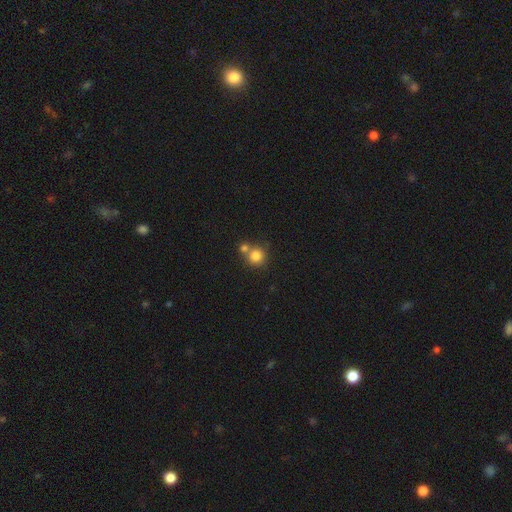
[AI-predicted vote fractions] The model was most divided on "merging": none: 54%, merger: 36%, minor disturbance: 8%, major disturbance: 3%. More confident: how rounded — round (90%); smooth or featured — smooth (82%).